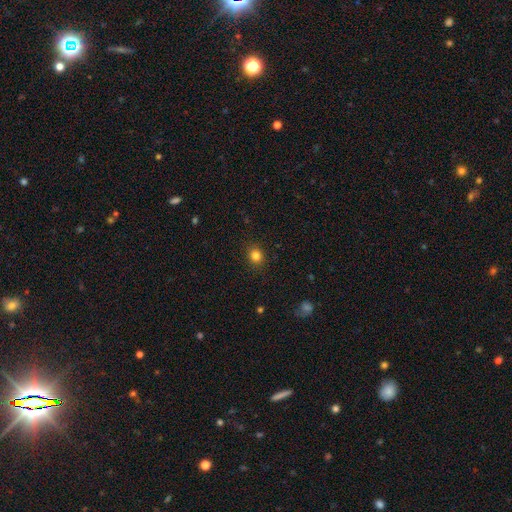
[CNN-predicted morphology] This appears to be a smooth galaxy with no disk features (83%) that is round (79%). Merging: none (89%).